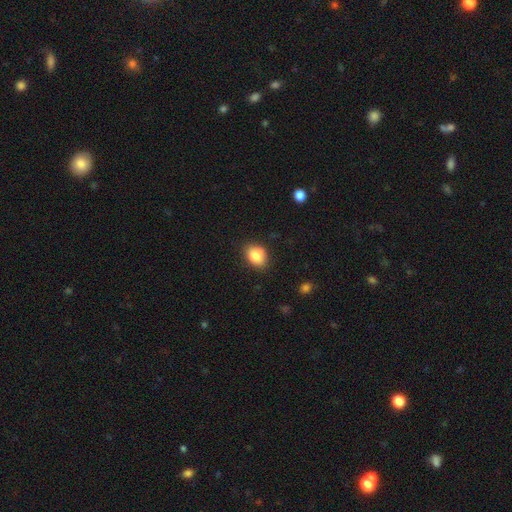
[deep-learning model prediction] A smooth galaxy with no disk features (83%) that is in between round and cigar-shaped (63%). Merging: none (80%).